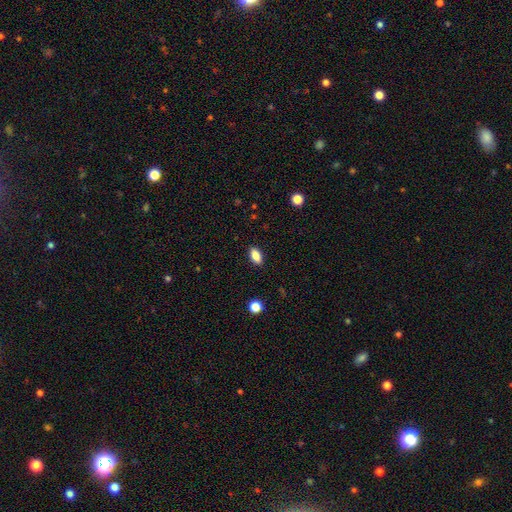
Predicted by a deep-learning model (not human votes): Overall: smooth (85%). How rounded: in between (89%). Merging: none (89%).